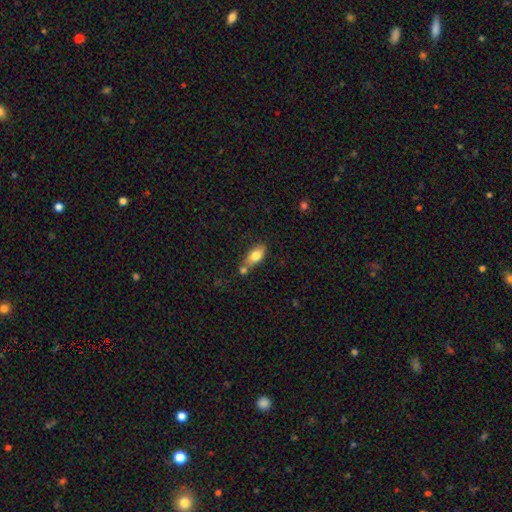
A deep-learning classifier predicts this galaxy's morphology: Smooth or featured: smooth — 76% (featured or disk — 16%)
How rounded: in between — 85% (cigar-shaped — 10%)
Merging: none — 46% (merger — 32%)